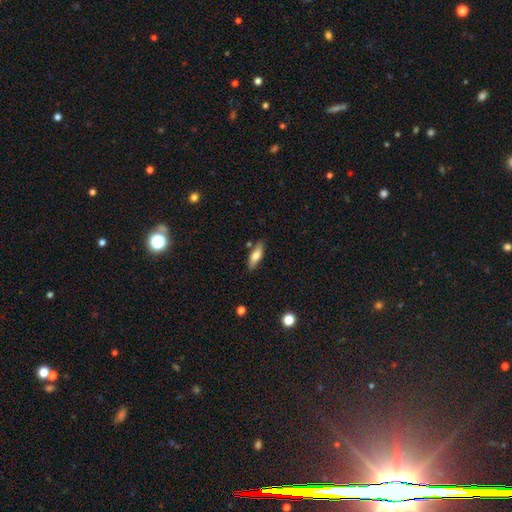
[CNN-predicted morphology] A smooth galaxy with no disk features (71%) that is in between round and cigar-shaped (58%).

Vote fractions:
- Smooth or featured? smooth: 71% / featured or disk: 22% / star or artifact: 7%
- How rounded? in between: 58% / cigar-shaped: 40% / round: 2%
- Merging? none: 81% / minor disturbance: 13% / merger: 4% / major disturbance: 2%